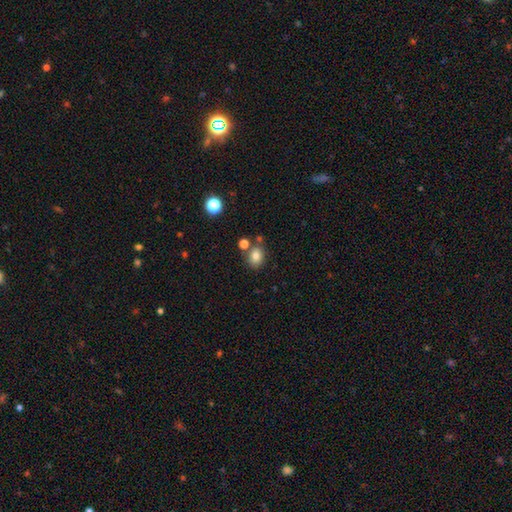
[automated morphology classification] This is clearly a smooth galaxy (81%). How rounded: possibly in between (52%). Merging: likely none (70%).